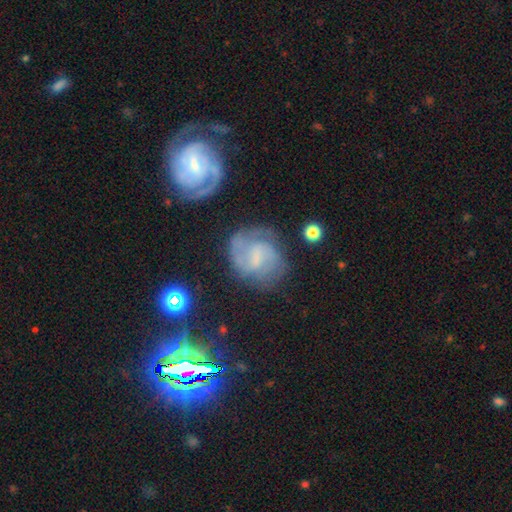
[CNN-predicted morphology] smooth_or_featured: featured or disk (p=0.72) [alt: smooth p=0.18]
disk_edge_on: no (p=0.97) [alt: yes p=0.03]
bar: weak (p=0.52) [alt: no p=0.25]
has_spiral_arms: yes (p=0.91) [alt: no p=0.09]
spiral_winding: medium (p=0.45) [alt: tight p=0.36]
spiral_arm_count: 2 (p=0.58) [alt: can't tell p=0.21]
bulge_size: none (p=0.46) [alt: small p=0.33]
merging: none (p=0.63) [alt: minor disturbance p=0.20]